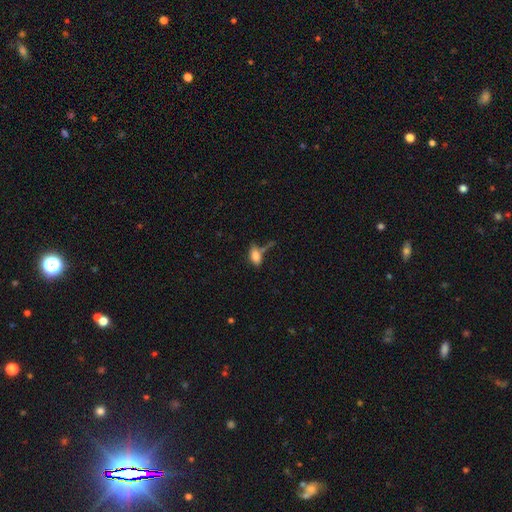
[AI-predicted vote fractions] Q: Smooth or featured?
A: smooth (81%); runner-up: star or artifact (9%)
Q: How rounded?
A: in between (89%); runner-up: cigar-shaped (7%)
Q: Merging?
A: none (45%); runner-up: minor disturbance (21%)